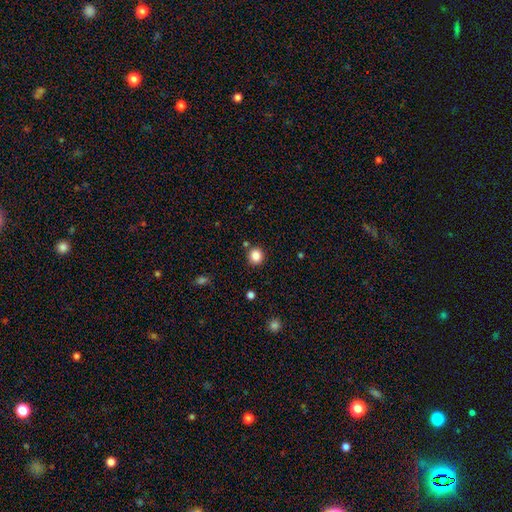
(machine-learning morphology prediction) smooth 85%, star or artifact 11%, featured or disk 4%. Down the decision tree: how rounded — round (89%); merging — none (86%).